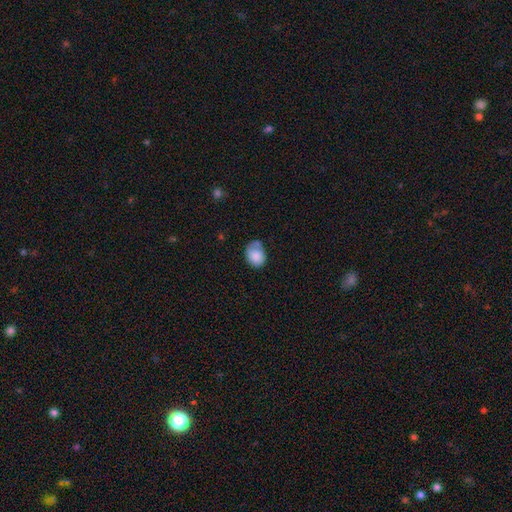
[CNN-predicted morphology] This appears to be a smooth galaxy with no disk features (83%) that is in between round and cigar-shaped (59%). Merging: none (46%).